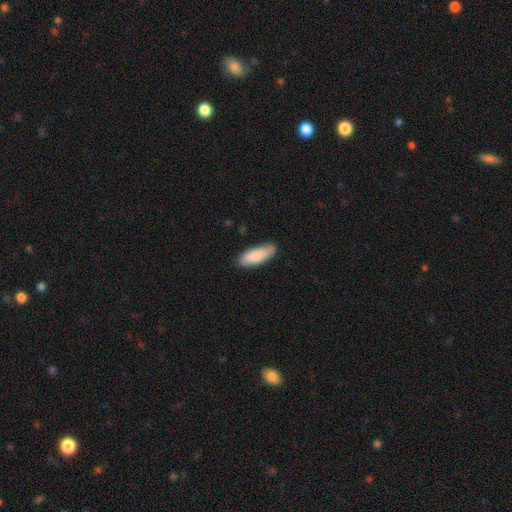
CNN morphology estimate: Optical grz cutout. It shows a smooth galaxy with no disk features (85%) that is in between round and cigar-shaped (72%). Merging: none (83%).